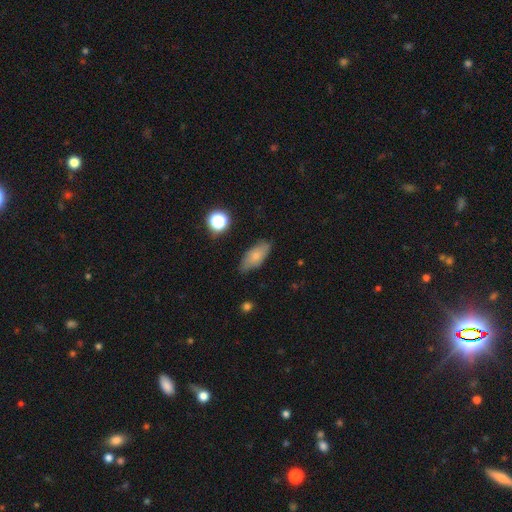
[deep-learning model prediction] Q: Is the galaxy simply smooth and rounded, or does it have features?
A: smooth — 72%.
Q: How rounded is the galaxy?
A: in between — 86%.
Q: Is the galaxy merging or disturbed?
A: none — 74%.